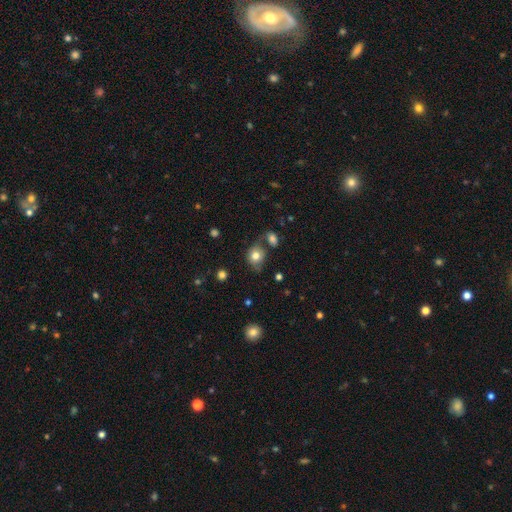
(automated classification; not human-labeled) This appears to be a smooth galaxy with no disk features (78%) that is round (64%). Merging: none (60%).